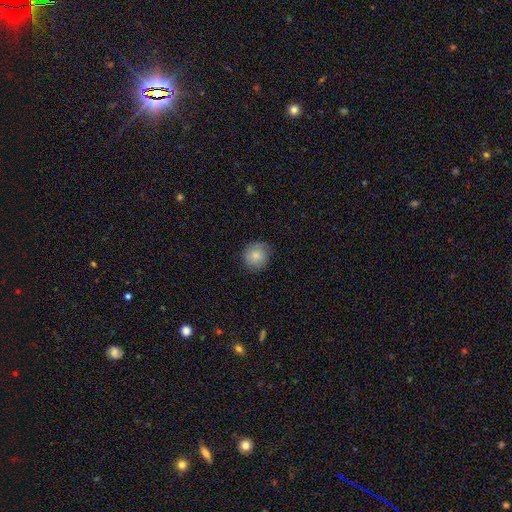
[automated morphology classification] Overall: smooth (84%). How rounded: round (88%). Merging: none (83%).